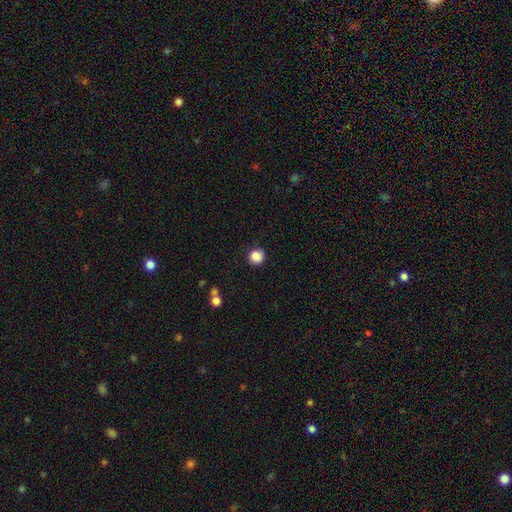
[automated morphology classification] Smooth or featured? smooth (87%)
How rounded? round (90%)
Merging? none (88%)